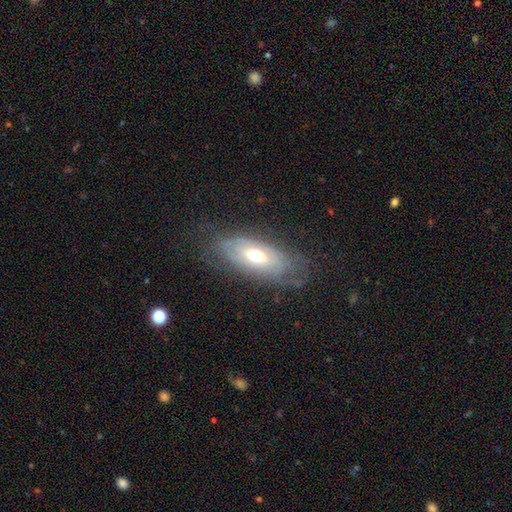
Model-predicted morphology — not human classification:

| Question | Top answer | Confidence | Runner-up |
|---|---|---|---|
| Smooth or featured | featured or disk | 56% | smooth (36%) |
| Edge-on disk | no | 80% | yes (20%) |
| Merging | none | 62% | minor disturbance (24%) |